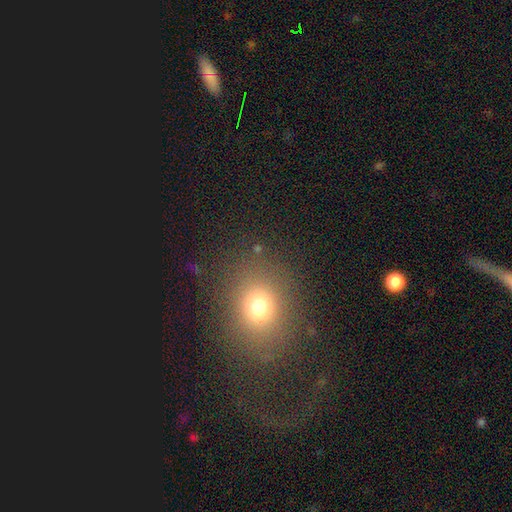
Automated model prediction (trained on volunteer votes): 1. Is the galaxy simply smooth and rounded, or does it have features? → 66% smooth, 23% star or artifact, 11% featured or disk.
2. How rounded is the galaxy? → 61% round, 37% in between, 1% cigar-shaped.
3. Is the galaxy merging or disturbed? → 75% none, 12% major disturbance, 10% minor disturbance, 3% merger.